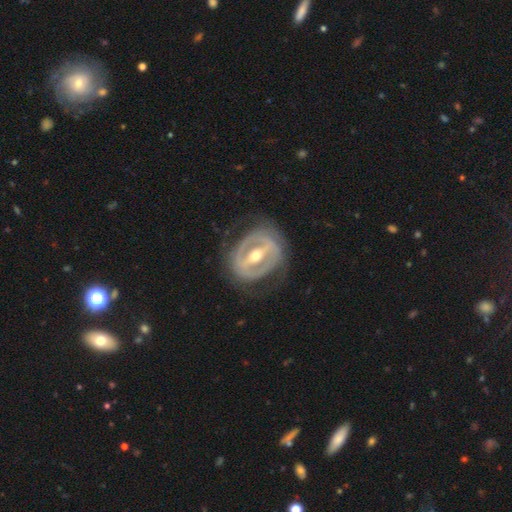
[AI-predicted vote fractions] Smooth or featured? Predicted: featured or disk (p=0.84). Edge-on disk? Predicted: no (p=0.92). Bar? Predicted: strong (p=0.76). Spiral arms? Predicted: no (p=0.59). Bulge size? Predicted: moderate (p=0.67). Merging? Predicted: none (p=0.74).